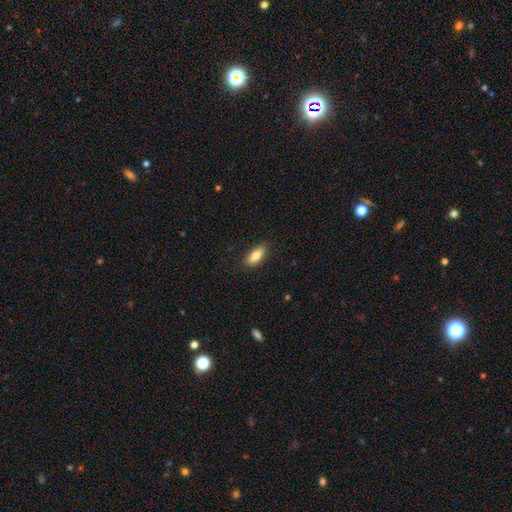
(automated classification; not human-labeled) This is clearly a smooth galaxy (82%). How rounded: clearly in between (81%). Merging: clearly none (84%).